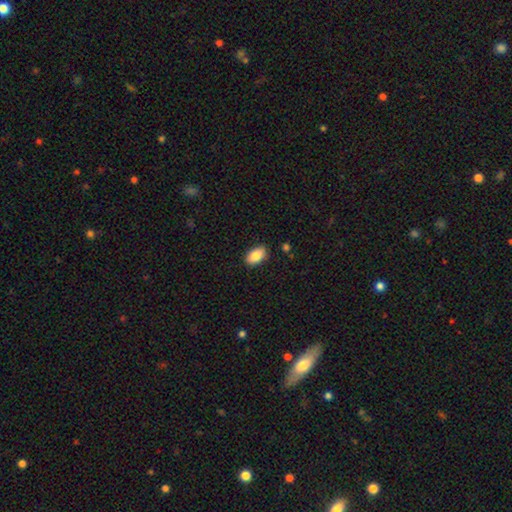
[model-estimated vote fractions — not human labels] smooth-or-featured: smooth: 86% | star or artifact: 7% | featured or disk: 7%
  how-rounded: in between: 92% | round: 6% | cigar-shaped: 2%
  merging: none: 86% | minor disturbance: 10% | major disturbance: 2% | merger: 1%